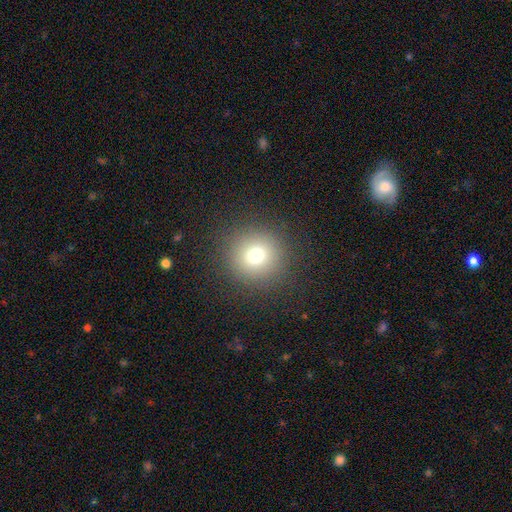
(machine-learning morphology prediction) Smooth or featured? smooth (73%)
How rounded? round (95%)
Merging? none (90%)